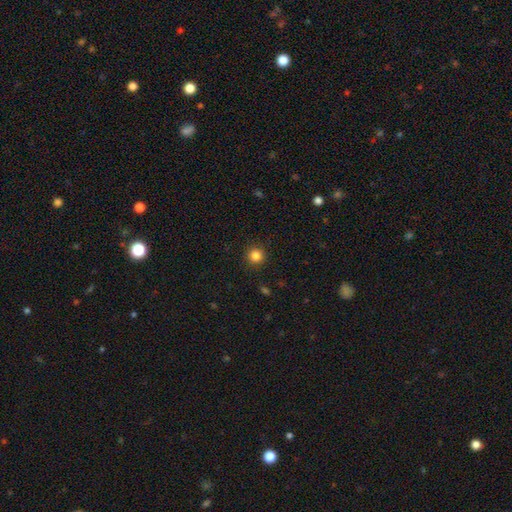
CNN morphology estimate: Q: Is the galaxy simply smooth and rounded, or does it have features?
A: smooth — 84%.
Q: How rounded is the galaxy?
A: round — 95%.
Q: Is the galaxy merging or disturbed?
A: none — 91%.